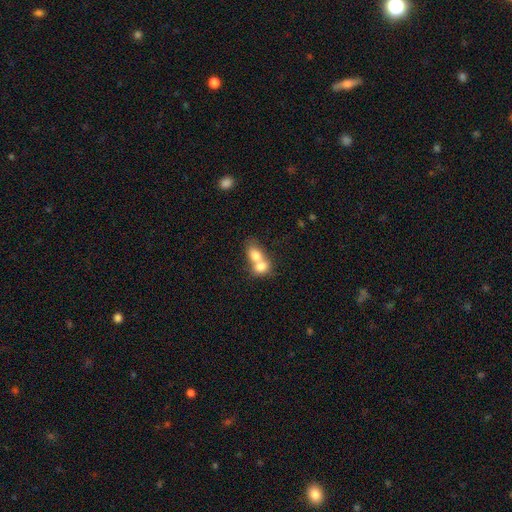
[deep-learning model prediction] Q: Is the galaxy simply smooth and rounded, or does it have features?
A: smooth — 74%.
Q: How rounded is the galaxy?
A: in between — 57%.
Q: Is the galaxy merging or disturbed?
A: merger — 77%.